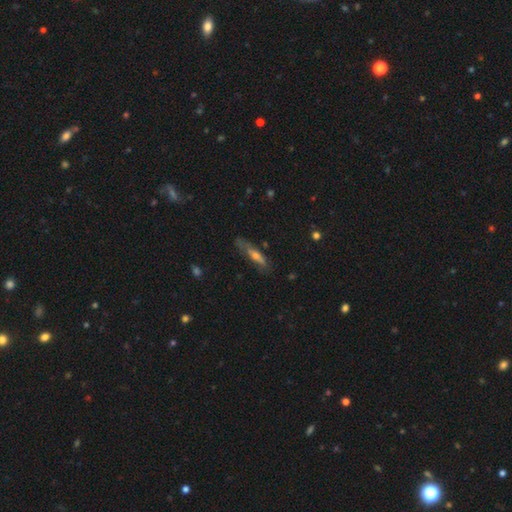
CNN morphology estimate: type=featured or disk (49%); merging=none (65%).